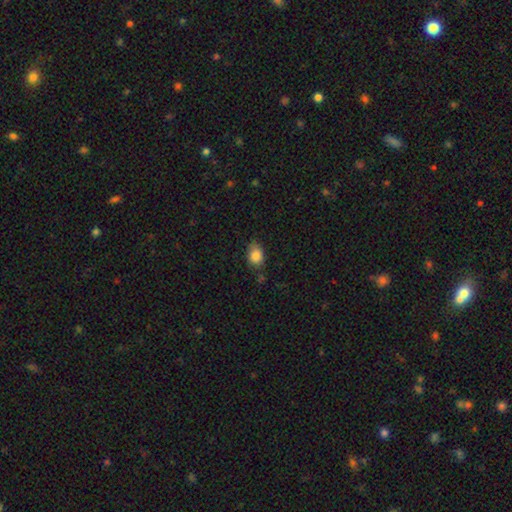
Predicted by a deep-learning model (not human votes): Morphology: type=smooth (86%); roundness=in between (69%); merging=none (68%).